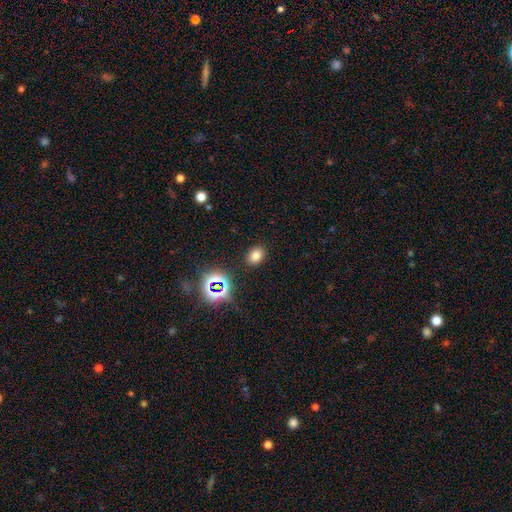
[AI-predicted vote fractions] Overall: smooth (74%). How rounded: in between (62%; round 37%). Merging: none (87%).